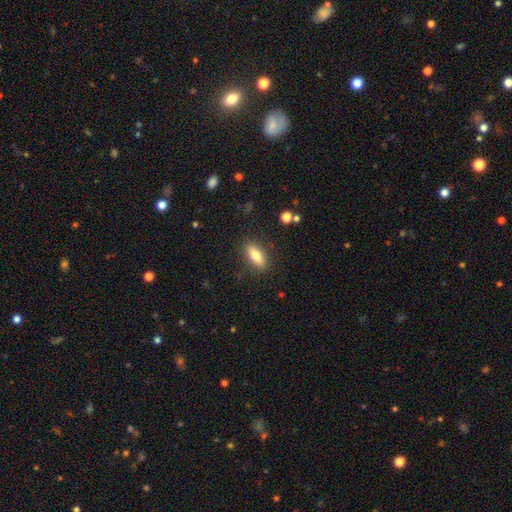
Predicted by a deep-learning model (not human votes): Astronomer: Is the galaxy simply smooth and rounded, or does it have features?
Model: smooth — 77%.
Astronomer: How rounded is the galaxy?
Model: in between — 71%.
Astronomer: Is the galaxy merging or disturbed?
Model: none — 86%.